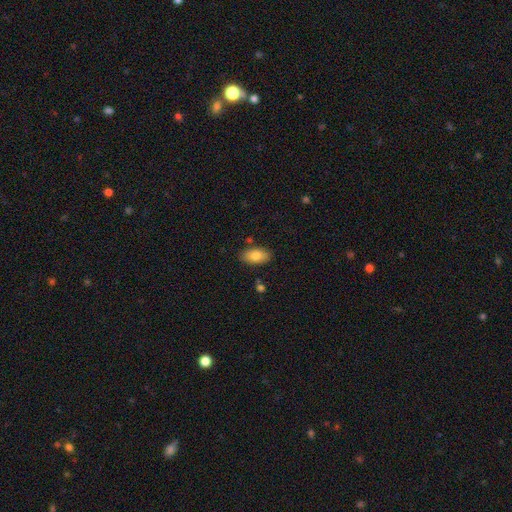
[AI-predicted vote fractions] This appears to be a smooth galaxy with no disk features (82%) that is in between round and cigar-shaped (93%). Merging: none (84%).